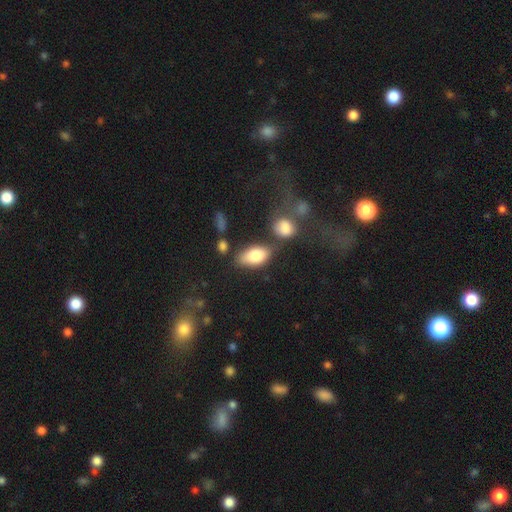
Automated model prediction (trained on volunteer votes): Smooth or featured? smooth (82%)
How rounded? in between (91%)
Merging? none (65%)